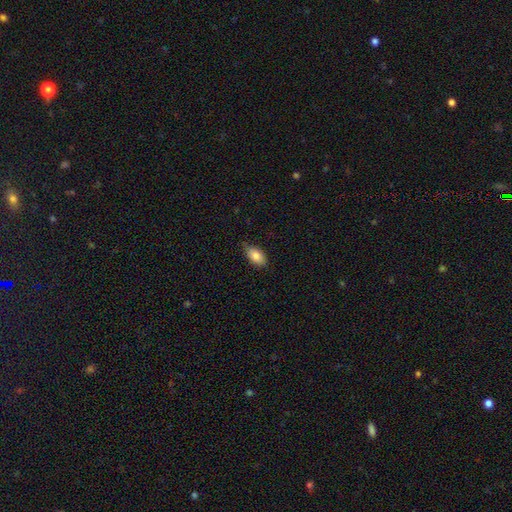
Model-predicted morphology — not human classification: The model was most divided on "merging": none: 76%, minor disturbance: 20%, major disturbance: 3%, merger: 1%. More confident: how rounded — in between (92%); smooth or featured — smooth (85%).